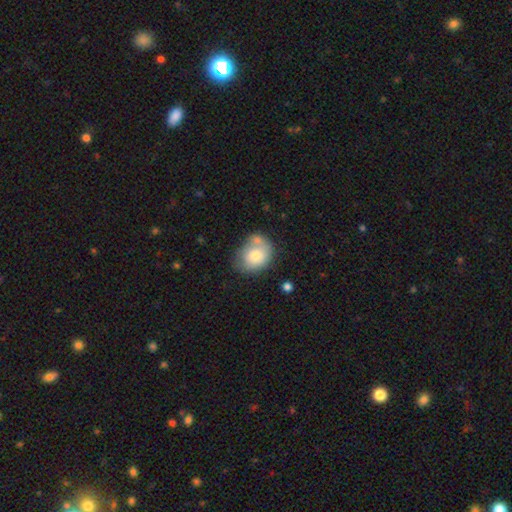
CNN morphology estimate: This is likely a smooth galaxy (75%). How rounded: possibly in between (50%). Merging: marginally none (45%).